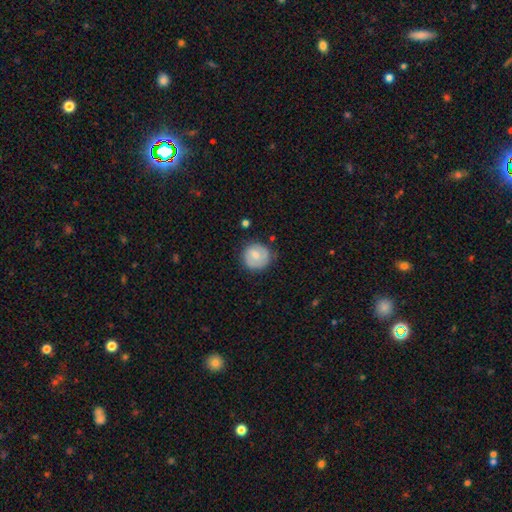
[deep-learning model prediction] This is likely a smooth galaxy (69%). How rounded: clearly round (89%). Merging: likely none (71%).